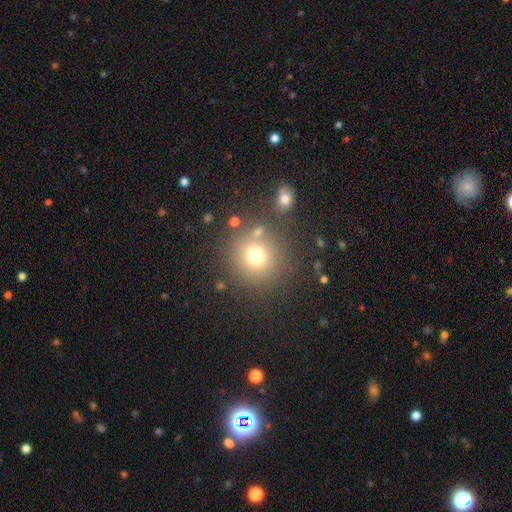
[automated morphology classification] Smooth or featured? Predicted: smooth (p=0.73). How rounded? Predicted: round (p=0.91). Merging? Predicted: none (p=0.78).